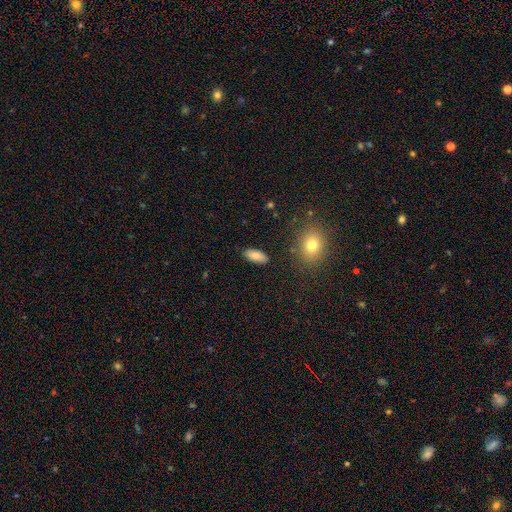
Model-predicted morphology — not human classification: This appears to be a smooth galaxy with no disk features (82%) that is in between round and cigar-shaped (89%). Merging: none (87%).